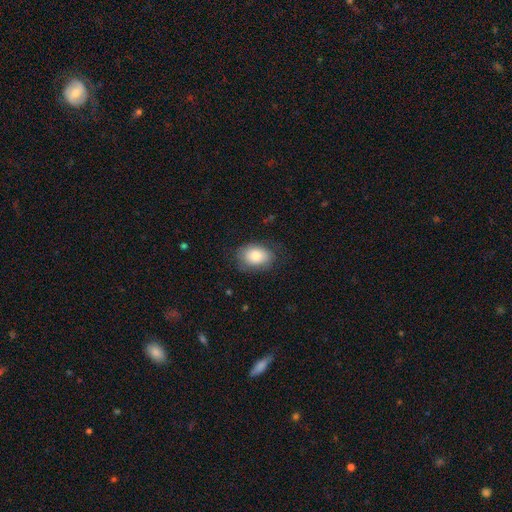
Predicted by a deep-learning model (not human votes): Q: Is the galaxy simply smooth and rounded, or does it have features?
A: smooth — 79%.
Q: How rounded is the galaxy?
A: in between — 77%.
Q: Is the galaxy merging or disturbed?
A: none — 72%.